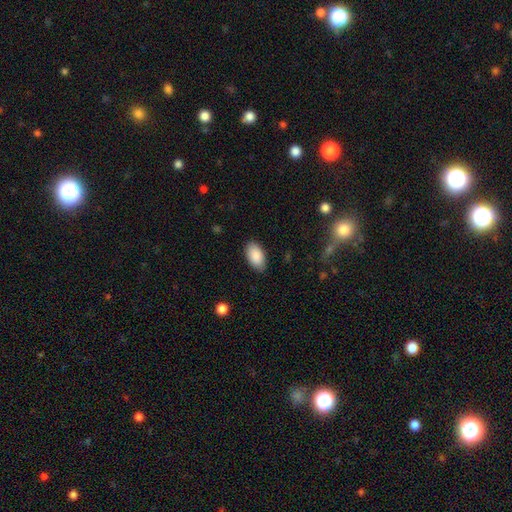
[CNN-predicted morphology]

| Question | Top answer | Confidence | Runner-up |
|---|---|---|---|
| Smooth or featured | smooth | 89% | star or artifact (6%) |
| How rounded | in between | 95% | round (3%) |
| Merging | none | 86% | minor disturbance (11%) |